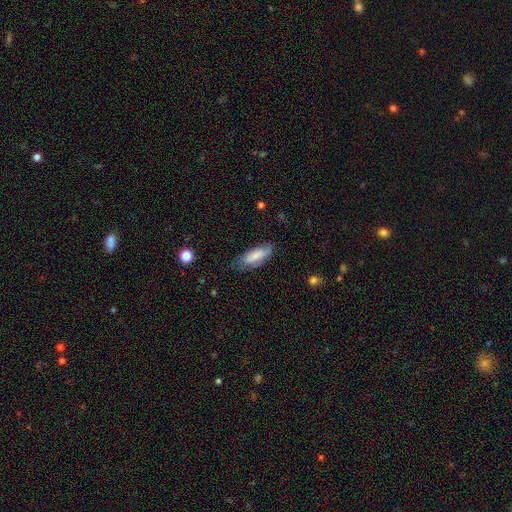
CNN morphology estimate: Smooth or featured: smooth — 76% (featured or disk — 18%)
How rounded: in between — 74% (cigar-shaped — 25%)
Merging: none — 63% (minor disturbance — 28%)